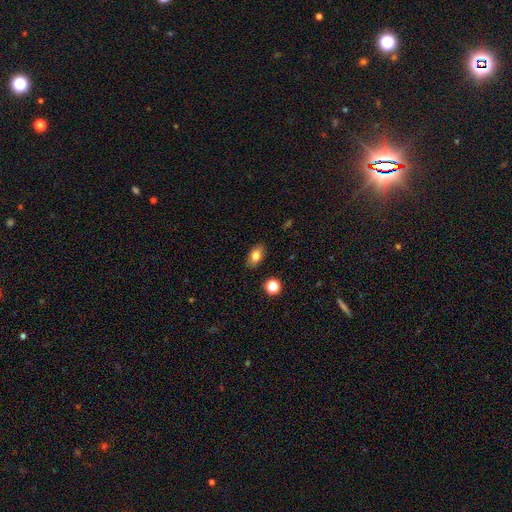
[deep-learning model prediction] Smooth or featured? smooth (79%)
How rounded? in between (87%)
Merging? none (86%)